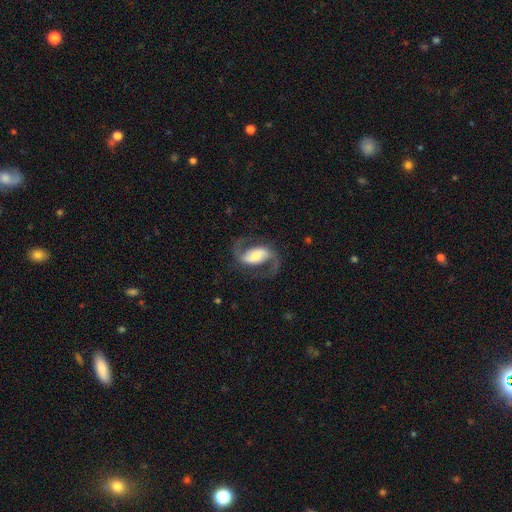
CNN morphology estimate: This appears to be a featured or disk galaxy (88%) with a weak bar (37%, tied with strong), 2 (94%) loose (47%) spiral arms (97%) and a moderate central bulge (43%). Merging: none (77%).